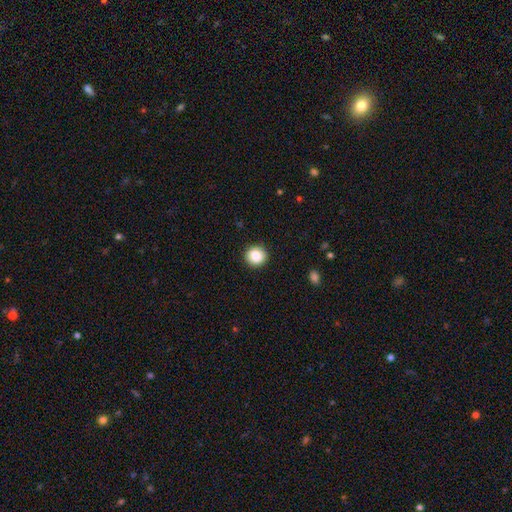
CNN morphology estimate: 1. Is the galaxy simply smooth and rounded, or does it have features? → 86% smooth, 9% star or artifact, 5% featured or disk.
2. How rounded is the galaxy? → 92% round, 7% in between, 1% cigar-shaped.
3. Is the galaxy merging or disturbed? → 92% none, 5% minor disturbance, 2% major disturbance, 1% merger.